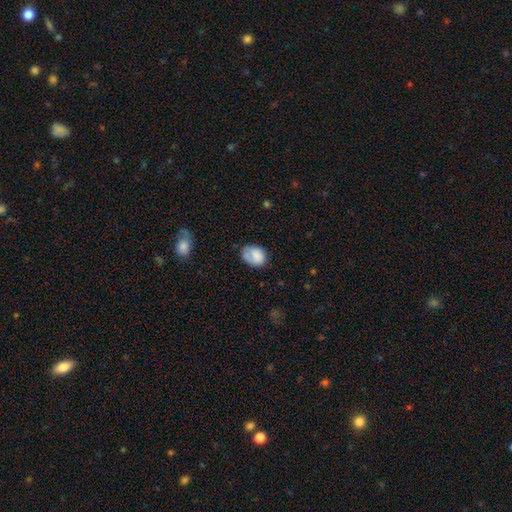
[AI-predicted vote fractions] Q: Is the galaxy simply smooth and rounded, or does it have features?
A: smooth — 78%.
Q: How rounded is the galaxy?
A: in between — 71%.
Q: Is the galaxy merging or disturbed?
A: none — 58%.